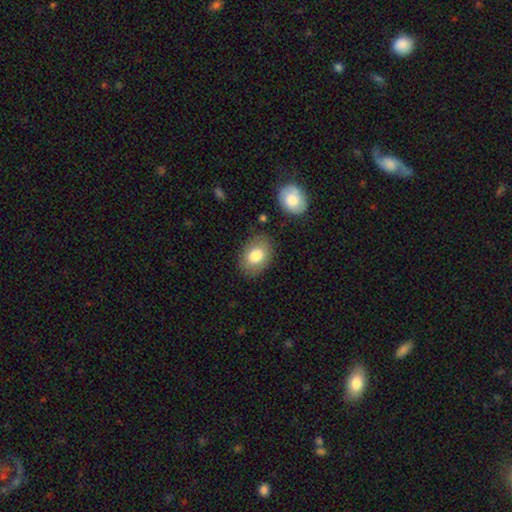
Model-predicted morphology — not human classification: A smooth galaxy with no disk features (80%) that is in between round and cigar-shaped (77%). Merging: none (81%).